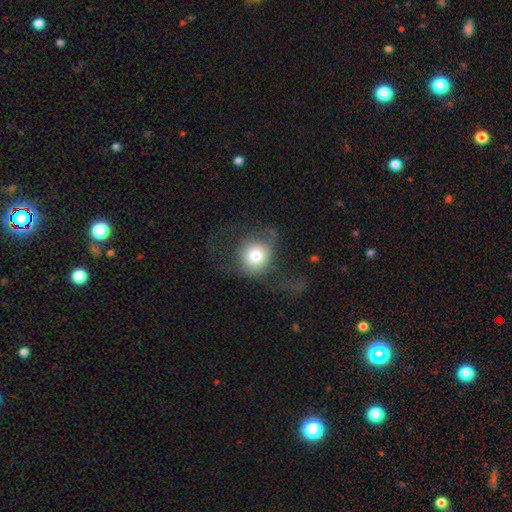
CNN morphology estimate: Q: Smooth or featured?
A: smooth (69%); runner-up: featured or disk (21%)
Q: How rounded?
A: round (87%); runner-up: in between (12%)
Q: Merging?
A: major disturbance (40%); runner-up: none (39%)